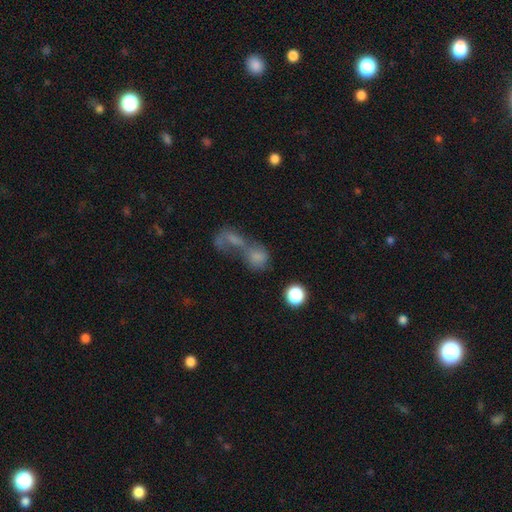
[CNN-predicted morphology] smooth-or-featured: smooth: 65% | featured or disk: 19% | star or artifact: 16%
  how-rounded: round: 51% | in between: 45% | cigar-shaped: 4%
  merging: merger: 66% | none: 17% | major disturbance: 11% | minor disturbance: 6%